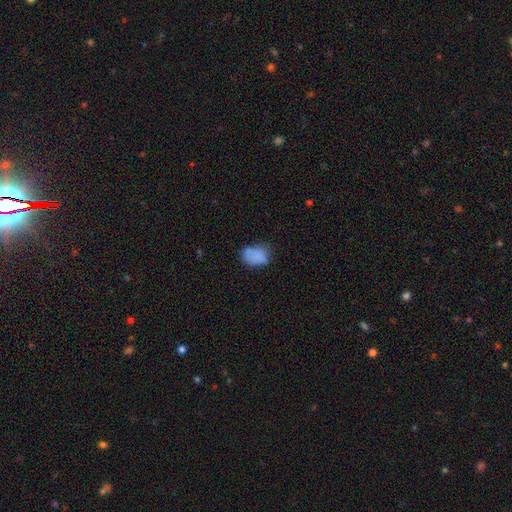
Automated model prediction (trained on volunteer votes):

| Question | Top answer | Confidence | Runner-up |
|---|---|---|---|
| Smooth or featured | smooth | 80% | featured or disk (11%) |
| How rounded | in between | 80% | round (19%) |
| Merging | none | 54% | minor disturbance (30%) |